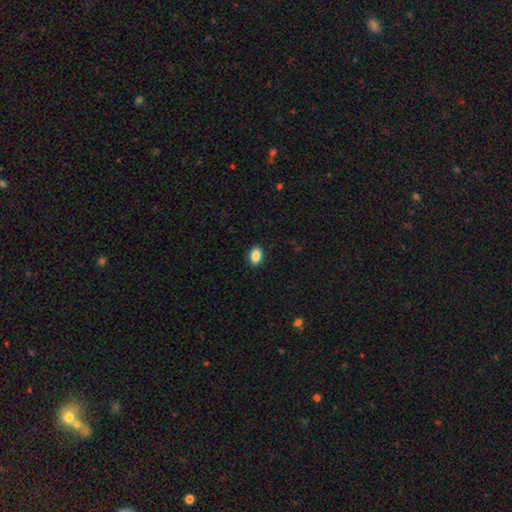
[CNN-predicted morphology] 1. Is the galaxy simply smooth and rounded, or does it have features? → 88% smooth, 8% star or artifact, 4% featured or disk.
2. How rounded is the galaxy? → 88% in between, 10% round, 2% cigar-shaped.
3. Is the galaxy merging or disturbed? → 91% none, 7% minor disturbance, 2% major disturbance, 1% merger.